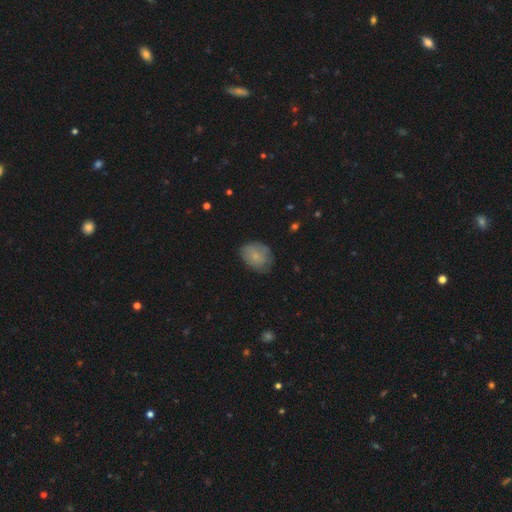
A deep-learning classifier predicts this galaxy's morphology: smooth 70%, featured or disk 22%, star or artifact 8%. Down the decision tree: how rounded — in between (63%); merging — none (63%).